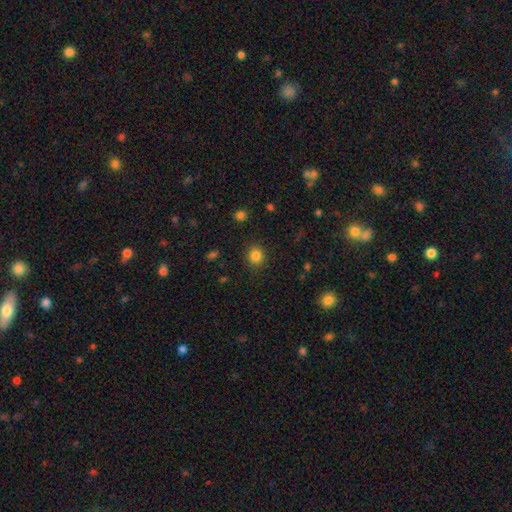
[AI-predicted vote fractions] Morphology: type=smooth (84%); roundness=round (84%); merging=none (89%).